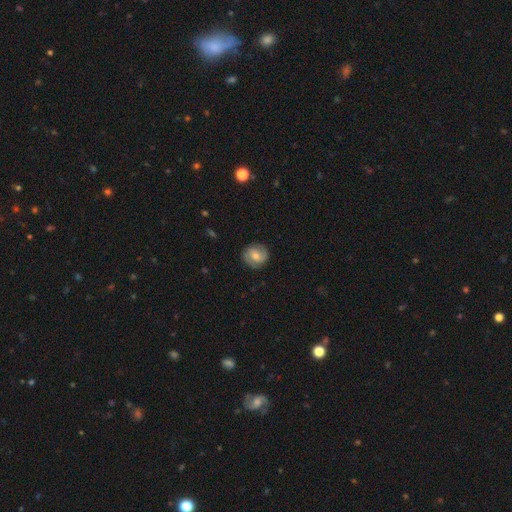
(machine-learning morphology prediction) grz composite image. It shows a smooth galaxy with no disk features (48%). Merging: none (85%).